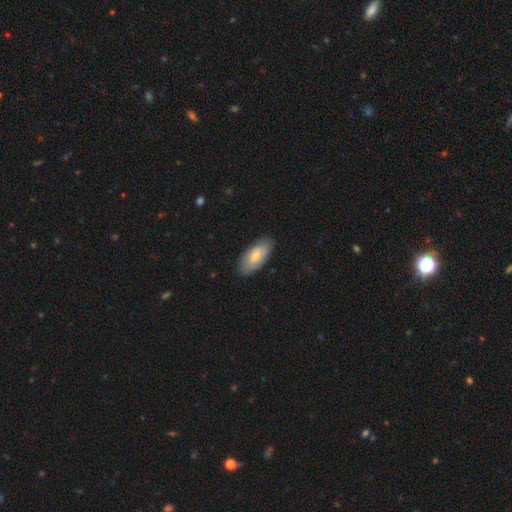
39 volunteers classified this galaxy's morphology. This appears to be a smooth galaxy with no disk features (79%) that is in between round and cigar-shaped (90%). Merging: none (82%).